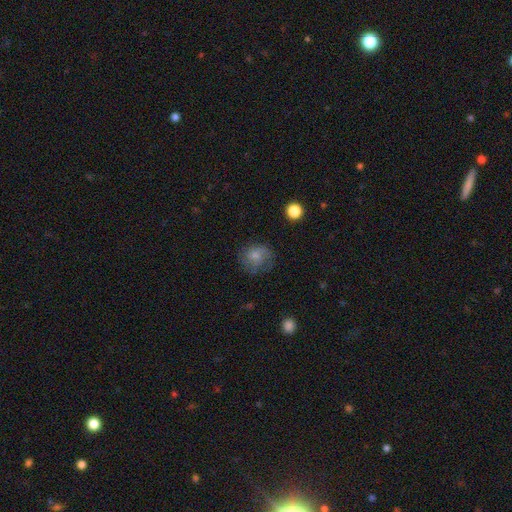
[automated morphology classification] A smooth galaxy with no disk features (60%) that is round (75%). Merging: none (61%).